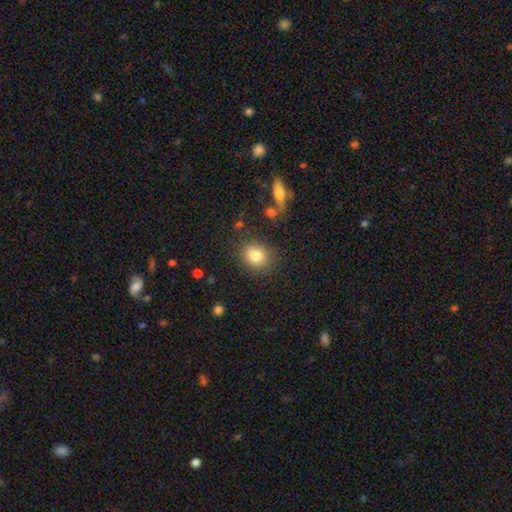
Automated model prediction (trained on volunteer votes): A smooth galaxy with no disk features (81%) that is round (63%).

Vote fractions:
- Smooth or featured? smooth: 81% / star or artifact: 10% / featured or disk: 8%
- How rounded? round: 63% / in between: 36% / cigar-shaped: 1%
- Merging? none: 81% / minor disturbance: 11% / major disturbance: 4% / merger: 3%